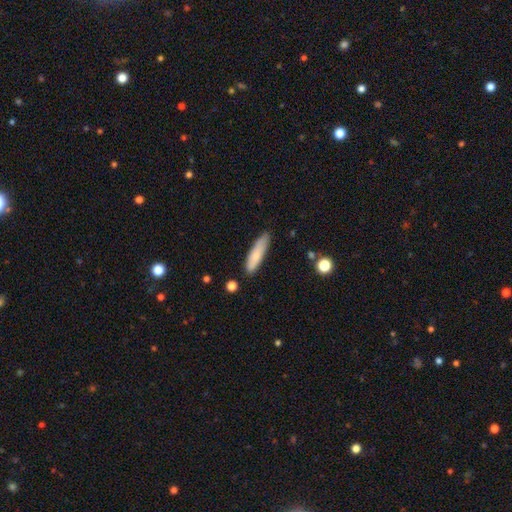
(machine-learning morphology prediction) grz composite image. It shows a smooth galaxy with no disk features (80%) that is cigar-shaped (73%). Merging: none (80%).